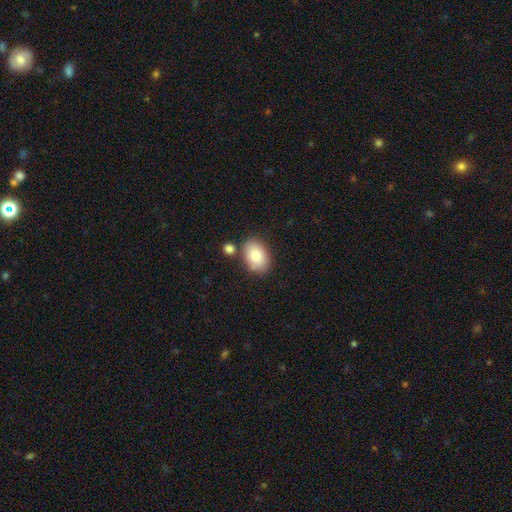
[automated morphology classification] type=smooth (83%); roundness=in between (86%); merging=none (76%).